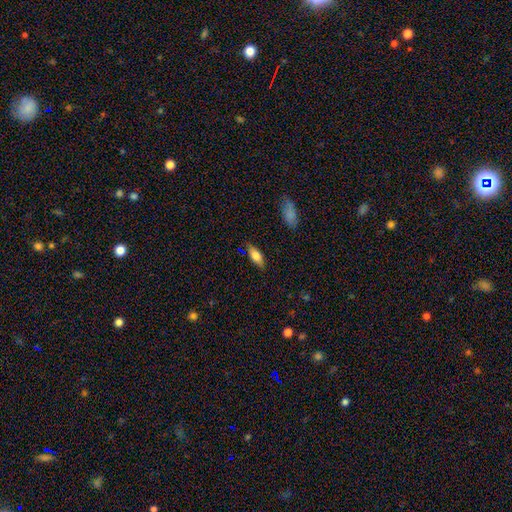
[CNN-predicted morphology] smooth_or_featured: smooth (p=0.73) [alt: featured or disk p=0.20]
how_rounded: in between (p=0.78) [alt: cigar-shaped p=0.19]
merging: none (p=0.83) [alt: minor disturbance p=0.13]